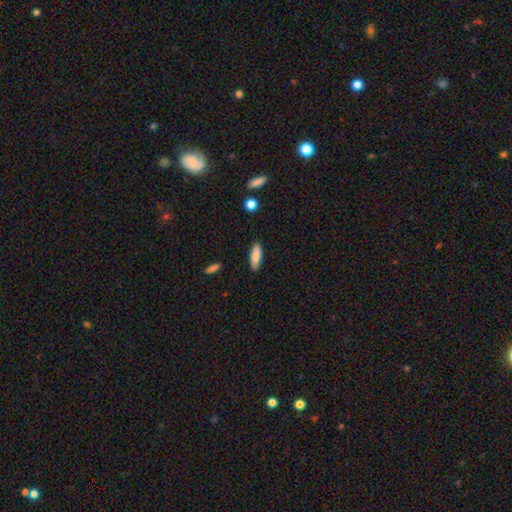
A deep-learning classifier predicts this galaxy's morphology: This appears to be a smooth galaxy with no disk features (84%) that is in between round and cigar-shaped (54%). Merging: none (85%).